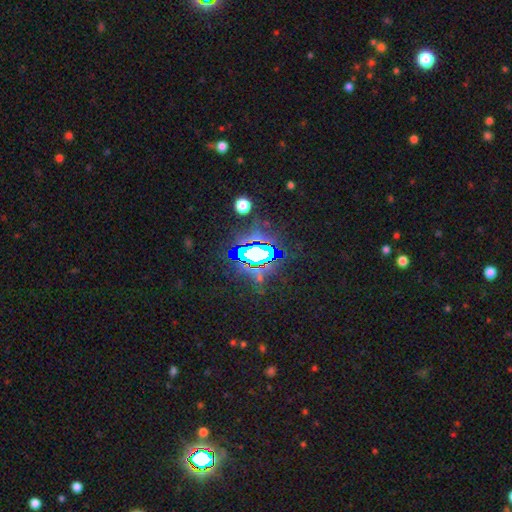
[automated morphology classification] type=star or artifact (71%).